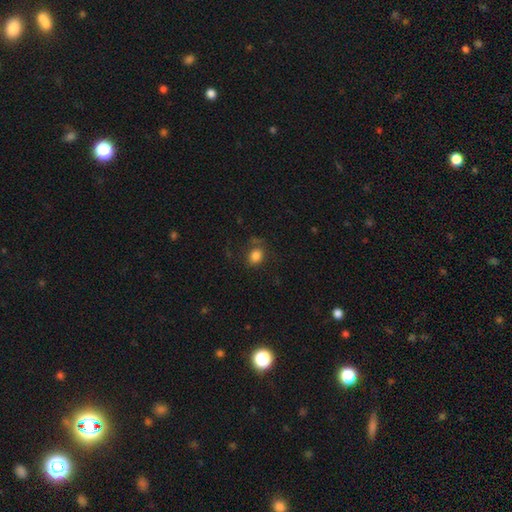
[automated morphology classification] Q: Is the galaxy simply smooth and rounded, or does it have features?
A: smooth — 83%.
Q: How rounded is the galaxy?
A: in between — 54%.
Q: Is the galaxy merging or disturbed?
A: none — 72%.